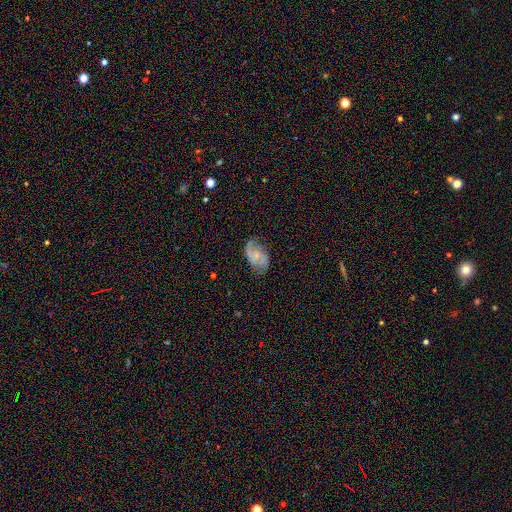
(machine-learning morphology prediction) type=featured or disk (74%); edge-on=no (97%); bar=no (57%); spiral arms=yes (93%); winding=medium (48%); arm count=2 (83%); bulge=small (55%); merging=none (68%).